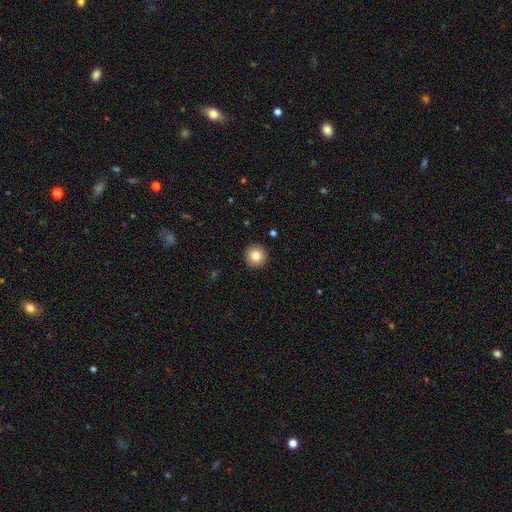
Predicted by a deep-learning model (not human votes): Smooth or featured? Predicted: smooth (p=0.82). How rounded? Predicted: round (p=0.96). Merging? Predicted: none (p=0.93).